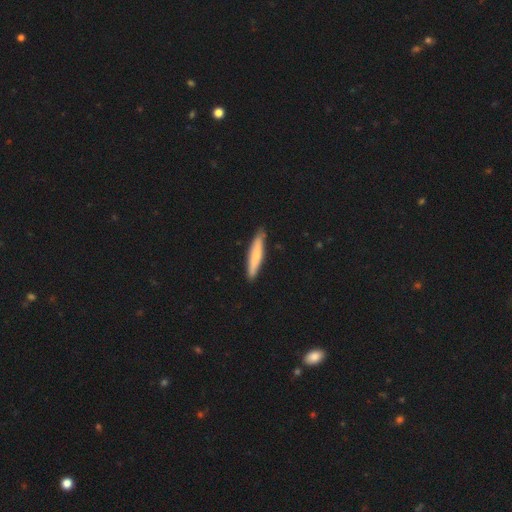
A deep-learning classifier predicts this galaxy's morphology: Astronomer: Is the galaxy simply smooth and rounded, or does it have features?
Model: smooth — 74%.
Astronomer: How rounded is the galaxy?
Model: cigar-shaped — 91%.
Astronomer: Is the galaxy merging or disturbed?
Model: none — 86%.